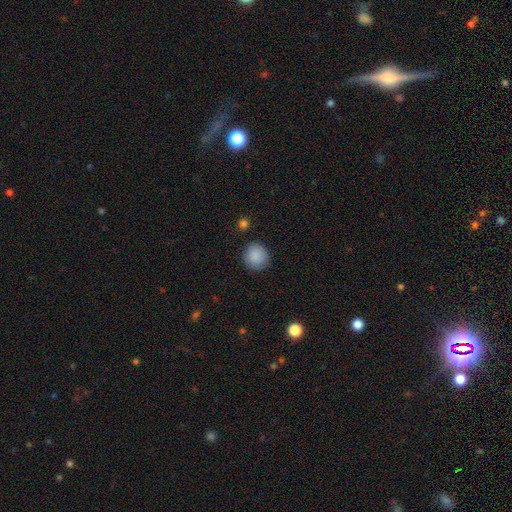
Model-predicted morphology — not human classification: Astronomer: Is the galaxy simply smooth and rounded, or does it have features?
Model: smooth — 89%.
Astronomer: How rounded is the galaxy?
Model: round — 89%.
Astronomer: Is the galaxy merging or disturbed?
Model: none — 87%.